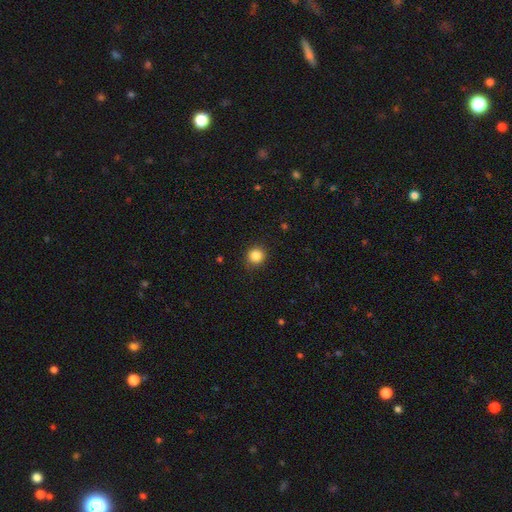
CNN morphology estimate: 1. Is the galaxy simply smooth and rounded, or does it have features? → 86% smooth, 11% star or artifact, 3% featured or disk.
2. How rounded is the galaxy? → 93% round, 6% in between, 1% cigar-shaped.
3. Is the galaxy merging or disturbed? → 89% none, 8% minor disturbance, 2% major disturbance, 1% merger.